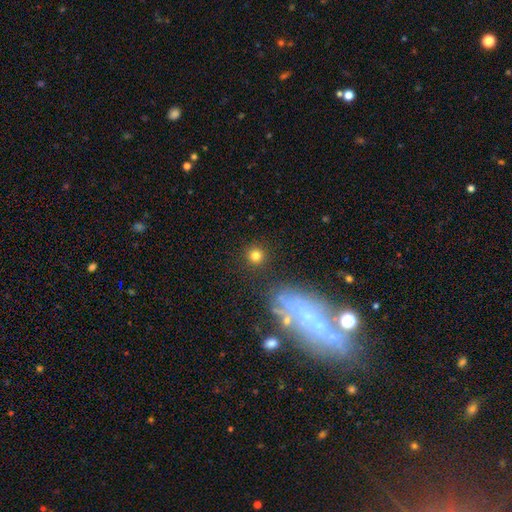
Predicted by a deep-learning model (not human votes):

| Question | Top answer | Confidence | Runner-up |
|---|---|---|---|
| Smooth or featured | smooth | 78% | star or artifact (14%) |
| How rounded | round | 94% | in between (5%) |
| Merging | none | 88% | minor disturbance (6%) |